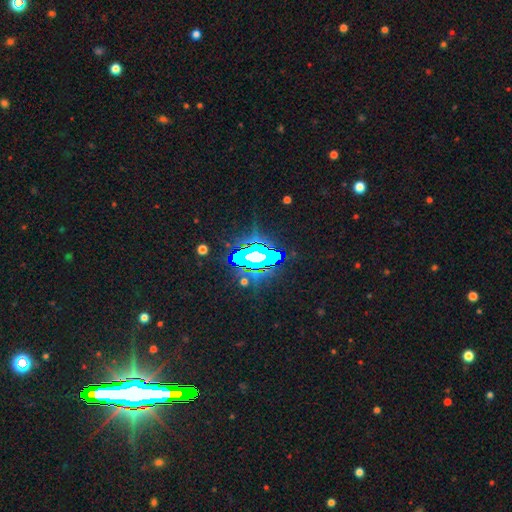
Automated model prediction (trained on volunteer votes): This is likely a star or artifact rather than a galaxy (67%).